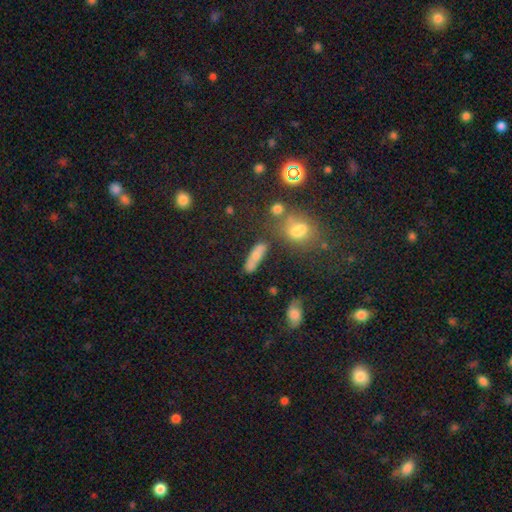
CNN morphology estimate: Smooth or featured? smooth (67%)
How rounded? in between (47%)
Merging? none (55%)